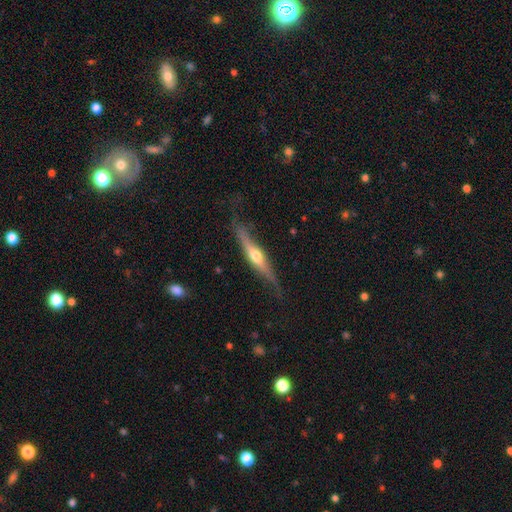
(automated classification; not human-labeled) Overall: featured or disk (73%). Edge-on disk: yes (93%). Edge-on bulge: rounded (90%). Merging: none (72%).